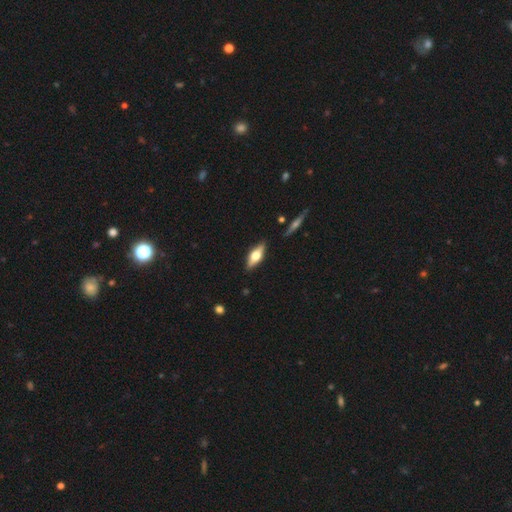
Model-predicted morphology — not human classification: Q: Smooth or featured?
A: featured or disk (49%); runner-up: smooth (45%)
Q: Merging?
A: none (87%); runner-up: minor disturbance (10%)